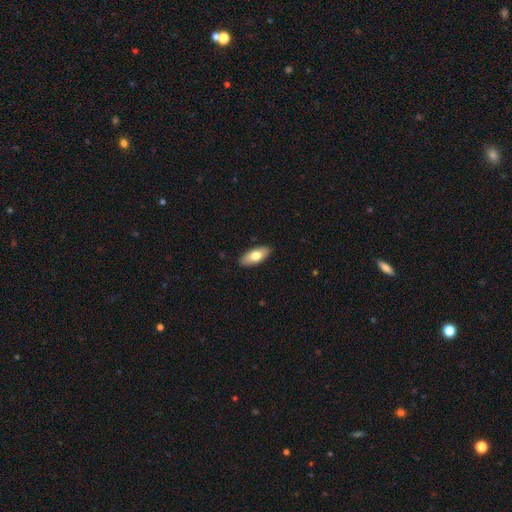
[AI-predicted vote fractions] Q: Smooth or featured?
A: smooth (74%); runner-up: featured or disk (21%)
Q: How rounded?
A: in between (82%); runner-up: cigar-shaped (15%)
Q: Merging?
A: none (89%); runner-up: minor disturbance (8%)